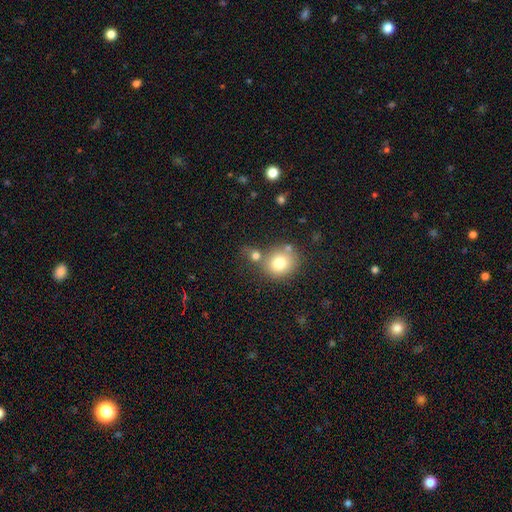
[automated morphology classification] Smooth or featured?
  - smooth: 76% *
  - star or artifact: 12%
  - featured or disk: 12%
How rounded?
  - round: 73% *
  - in between: 26%
  - cigar-shaped: 2%
Merging?
  - none: 52% *
  - merger: 30%
  - minor disturbance: 12%
  - major disturbance: 6%